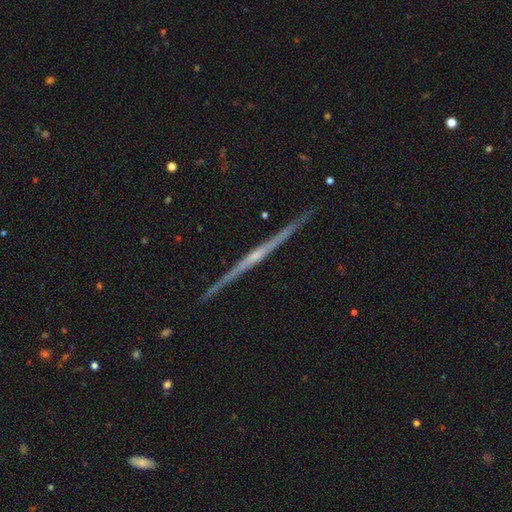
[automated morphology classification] Overall: featured or disk (85%). Edge-on disk: yes (99%). Edge-on bulge: rounded (54%; none 37%). Merging: none (92%).